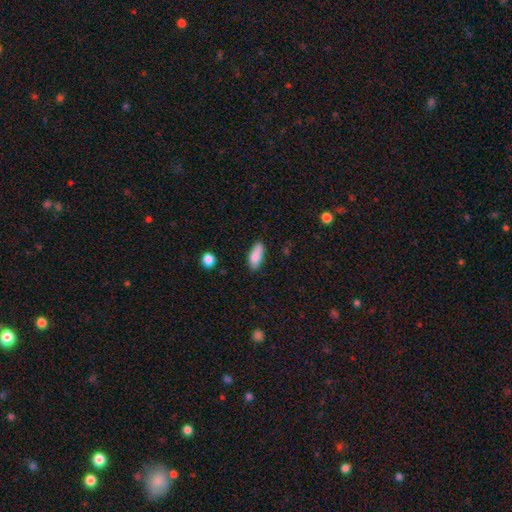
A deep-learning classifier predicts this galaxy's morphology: Smooth or featured: smooth — 85% (featured or disk — 9%)
How rounded: in between — 77% (cigar-shaped — 21%)
Merging: none — 77% (minor disturbance — 17%)